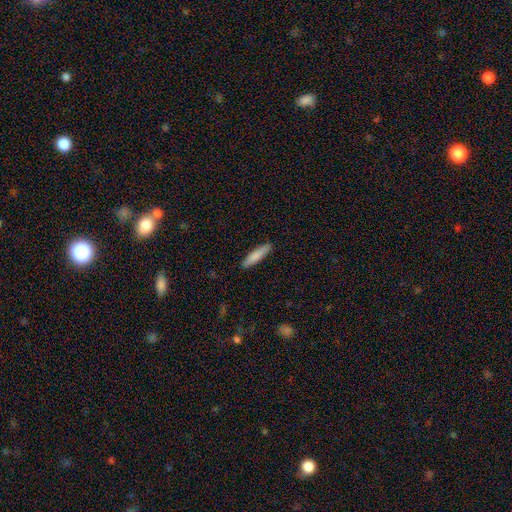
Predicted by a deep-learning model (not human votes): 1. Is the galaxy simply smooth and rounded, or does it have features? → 82% smooth, 13% featured or disk, 5% star or artifact.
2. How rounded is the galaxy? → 81% cigar-shaped, 18% in between, 1% round.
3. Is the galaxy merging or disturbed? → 89% none, 8% minor disturbance, 2% major disturbance, 1% merger.